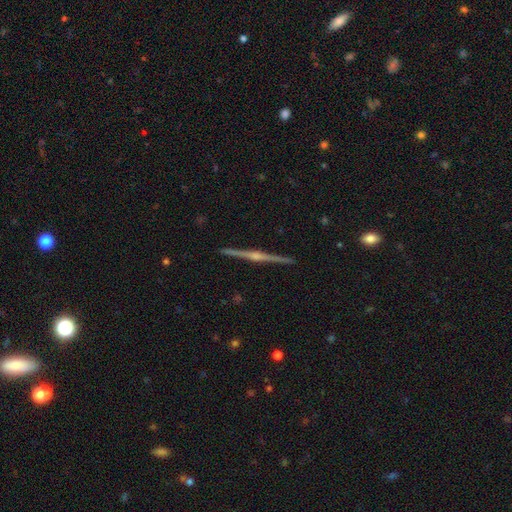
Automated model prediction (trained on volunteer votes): featured or disk 80%, smooth 12%, star or artifact 8%. Down the decision tree: edge-on disk — yes (97%); edge-on bulge — rounded (83%); merging — none (90%).